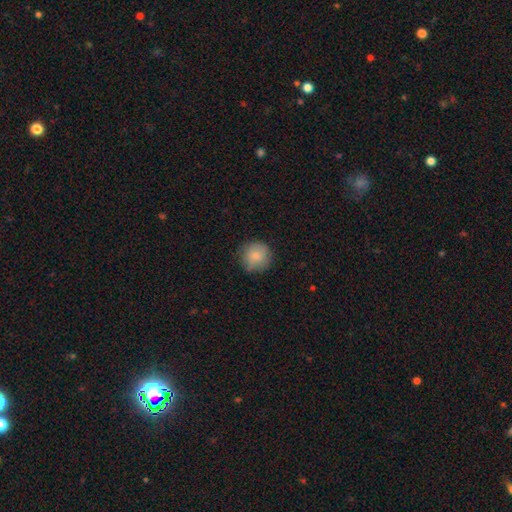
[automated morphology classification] Overall: smooth (84%). How rounded: round (93%). Merging: none (81%).